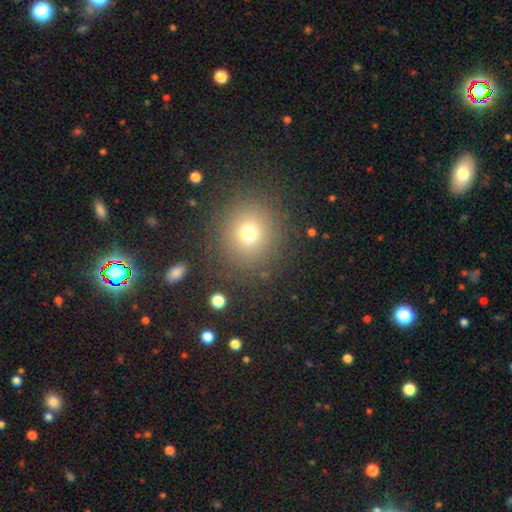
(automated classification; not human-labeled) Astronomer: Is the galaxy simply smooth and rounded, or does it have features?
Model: smooth — 59%.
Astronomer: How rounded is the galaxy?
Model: round — 91%.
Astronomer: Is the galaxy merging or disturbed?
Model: none — 89%.